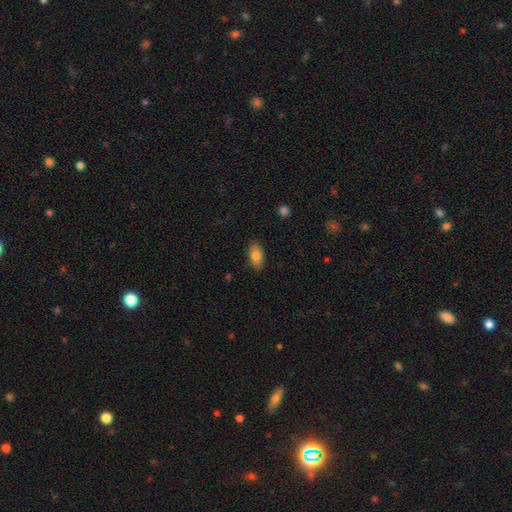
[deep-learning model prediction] This is clearly a smooth galaxy (82%). How rounded: clearly in between (91%). Merging: clearly none (87%).